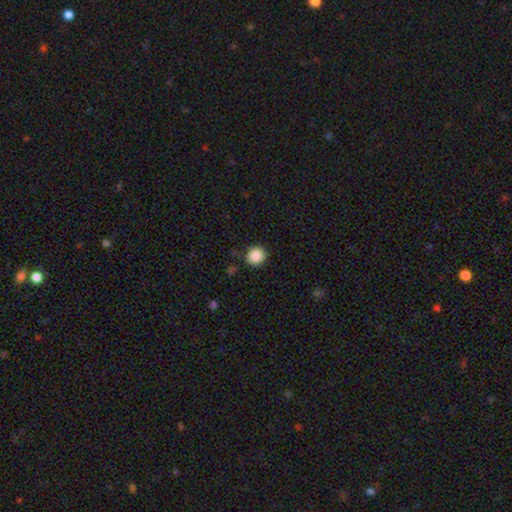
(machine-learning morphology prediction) The model was most divided on "how rounded": round: 87%, in between: 12%, cigar-shaped: 1%. More confident: smooth or featured — smooth (88%); merging — none (88%).